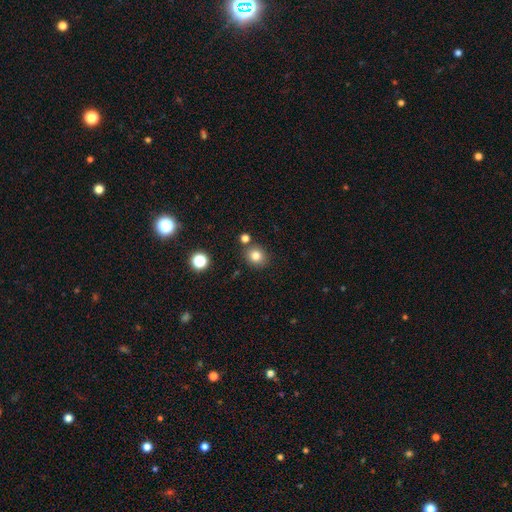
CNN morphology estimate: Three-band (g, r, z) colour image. It shows a smooth galaxy with no disk features (81%) that is round (80%). Merging: none (80%).